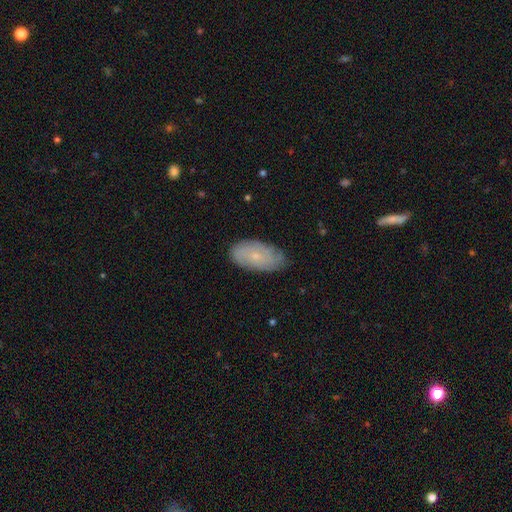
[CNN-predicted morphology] featured or disk 48%, smooth 44%, star or artifact 8%. Down the decision tree: merging — none (78%).